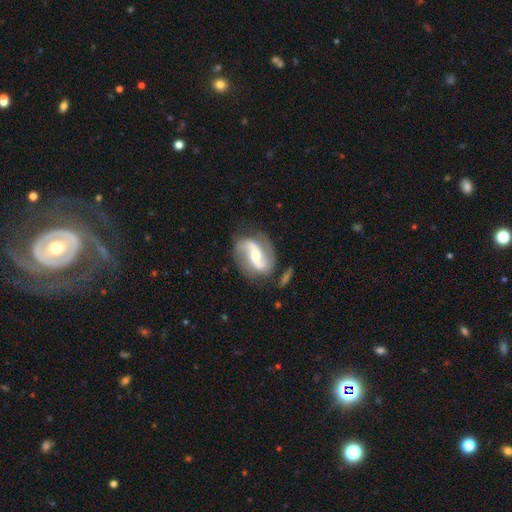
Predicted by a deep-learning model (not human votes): This appears to be a featured or disk galaxy (86%) with a strong bar (37%), 2 (92%) loose (49%) spiral arms (95%) and a moderate central bulge (55%). Merging: none (75%).